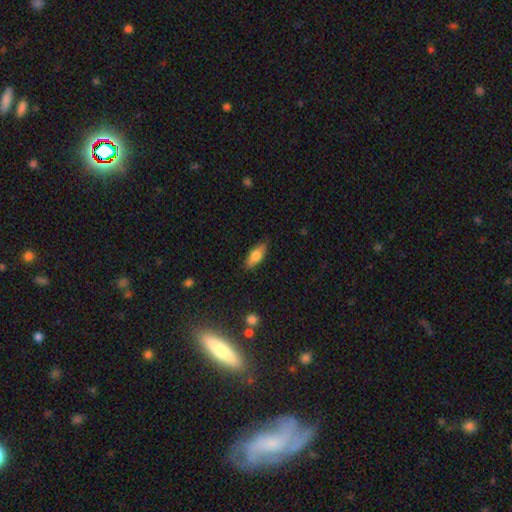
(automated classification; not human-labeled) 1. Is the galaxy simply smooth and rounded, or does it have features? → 72% smooth, 21% featured or disk, 7% star or artifact.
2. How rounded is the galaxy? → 78% in between, 19% cigar-shaped, 3% round.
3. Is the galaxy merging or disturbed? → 84% none, 13% minor disturbance, 2% major disturbance, 1% merger.